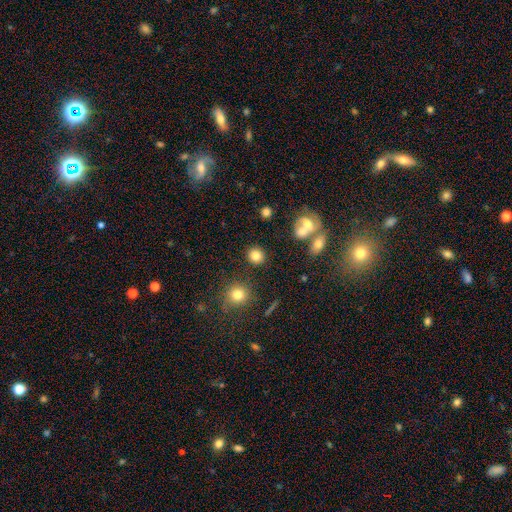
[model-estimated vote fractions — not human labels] smooth_or_featured: smooth (p=0.82) [alt: star or artifact p=0.11]
how_rounded: round (p=0.86) [alt: in between p=0.13]
merging: none (p=0.86) [alt: minor disturbance p=0.07]